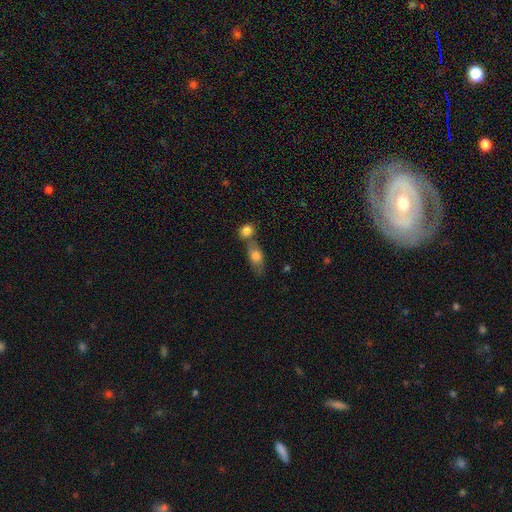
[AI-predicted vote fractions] Overall: smooth (75%). How rounded: in between (74%). Merging: merger (47%; none 39%).